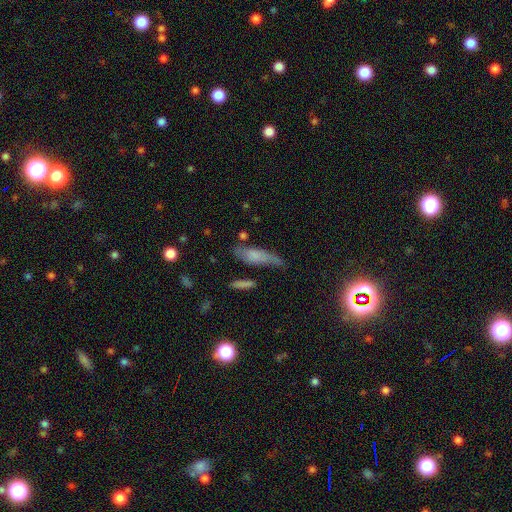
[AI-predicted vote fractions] This is possibly a smooth galaxy (60%). How rounded: possibly cigar-shaped (58%). Merging: possibly none (53%).